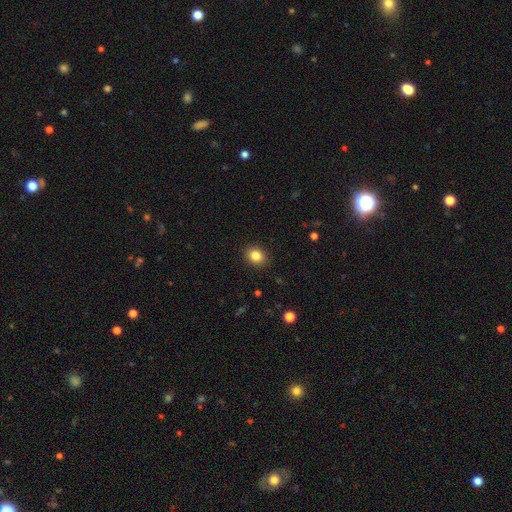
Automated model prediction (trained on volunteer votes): Q: Smooth or featured?
A: smooth (84%); runner-up: star or artifact (10%)
Q: How rounded?
A: round (59%); runner-up: in between (40%)
Q: Merging?
A: none (91%); runner-up: minor disturbance (7%)